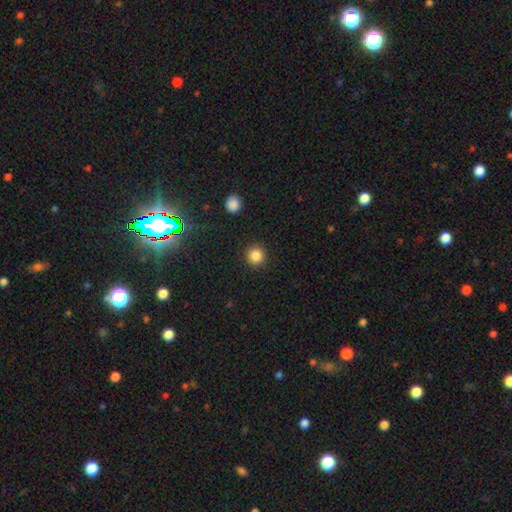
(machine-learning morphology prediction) A smooth galaxy with no disk features (85%) that is round (94%). Merging: none (92%).